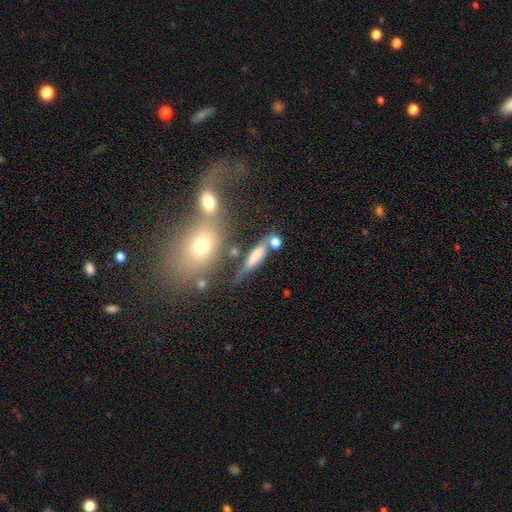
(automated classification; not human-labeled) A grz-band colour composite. It shows a smooth galaxy with no disk features (63%) that is cigar-shaped (59%). Merging: none (52%).